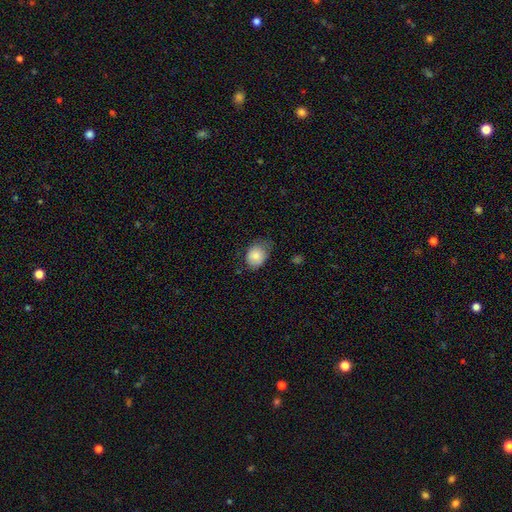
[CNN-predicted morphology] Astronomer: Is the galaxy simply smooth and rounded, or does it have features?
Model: smooth — 82%.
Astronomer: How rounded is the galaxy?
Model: in between — 56% (runner-up: round, 43%).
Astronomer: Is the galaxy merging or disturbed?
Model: none — 57% (runner-up: minor disturbance, 33%).